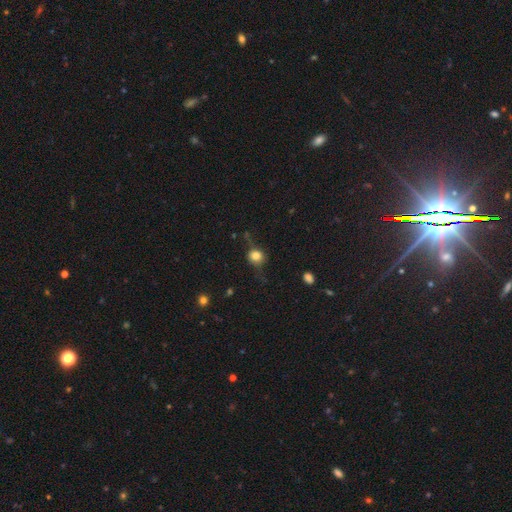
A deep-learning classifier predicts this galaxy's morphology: Smooth or featured? smooth (69%)
How rounded? round (81%)
Merging? none (65%)